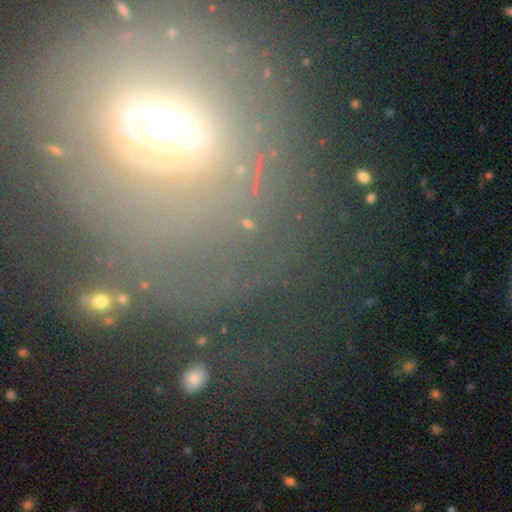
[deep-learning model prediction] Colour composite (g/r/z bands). It shows a featured or disk galaxy (42%). Merging: none (62%).